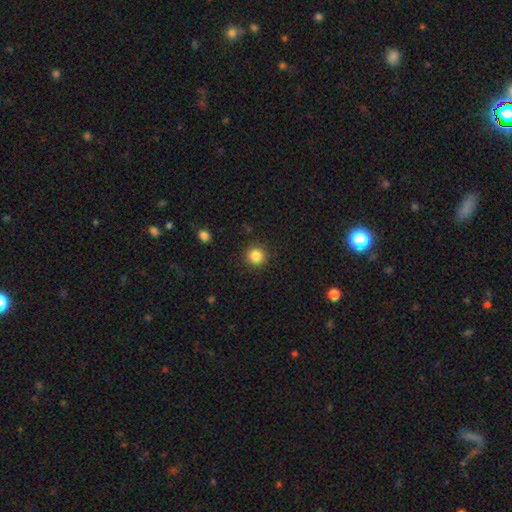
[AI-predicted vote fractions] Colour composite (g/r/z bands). It shows a smooth galaxy with no disk features (85%) that is round (94%). Merging: none (91%).